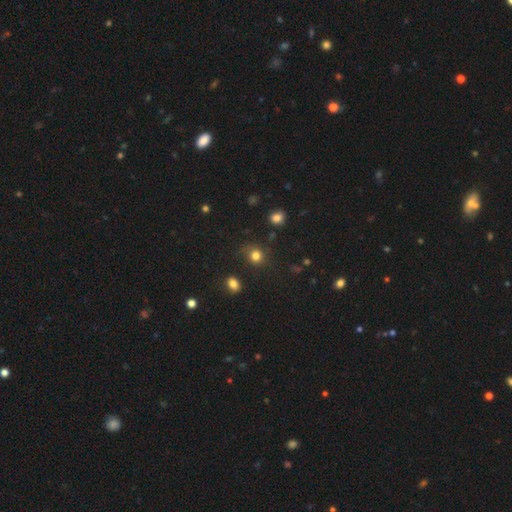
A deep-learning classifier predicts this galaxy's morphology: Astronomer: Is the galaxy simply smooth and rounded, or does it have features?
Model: smooth — 80%.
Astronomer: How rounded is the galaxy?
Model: round — 79%.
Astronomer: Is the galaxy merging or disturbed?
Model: none — 75%.